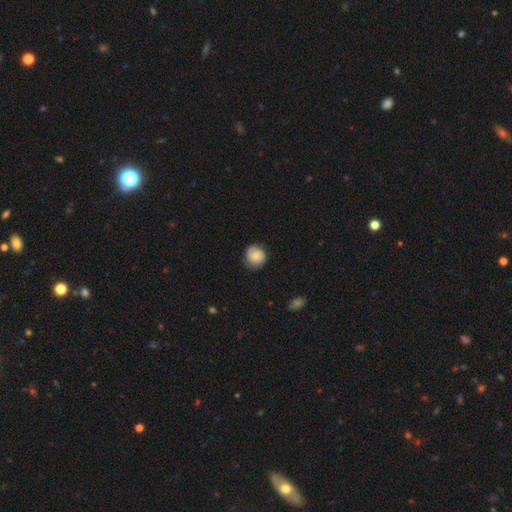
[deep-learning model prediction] Smooth or featured? Predicted: smooth (p=0.71). How rounded? Predicted: round (p=0.88). Merging? Predicted: none (p=0.75).